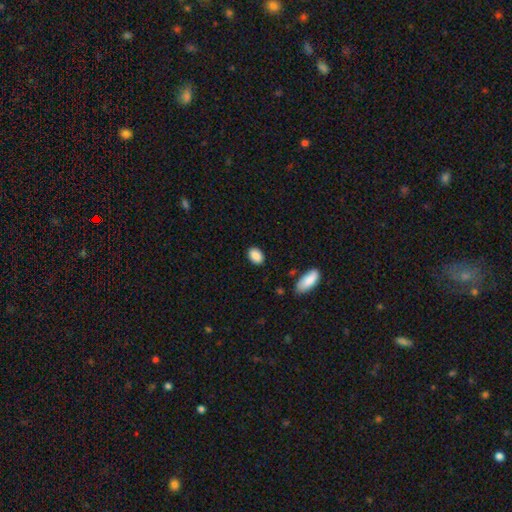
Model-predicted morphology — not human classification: This appears to be a smooth galaxy with no disk features (89%) that is in between round and cigar-shaped (84%). Merging: none (86%).